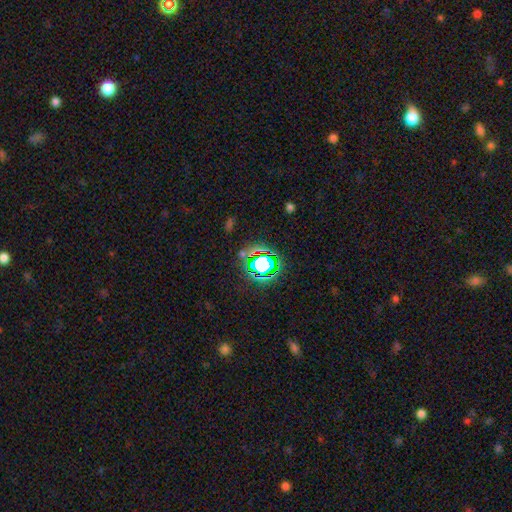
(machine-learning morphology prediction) type=star or artifact (62%).